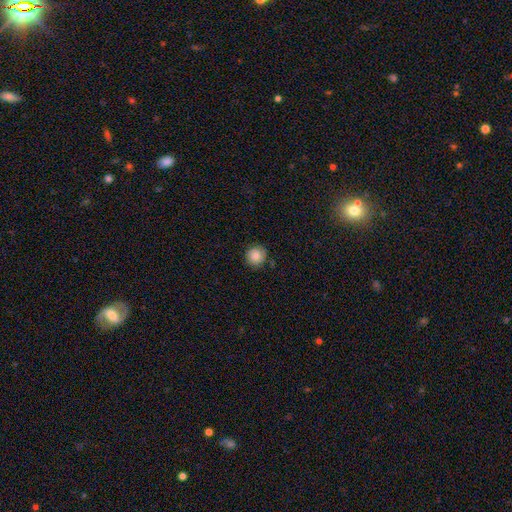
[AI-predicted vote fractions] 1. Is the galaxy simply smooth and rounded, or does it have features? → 84% smooth, 9% star or artifact, 8% featured or disk.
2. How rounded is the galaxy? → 91% round, 8% in between, 1% cigar-shaped.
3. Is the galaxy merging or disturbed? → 84% none, 13% minor disturbance, 3% major disturbance, 1% merger.